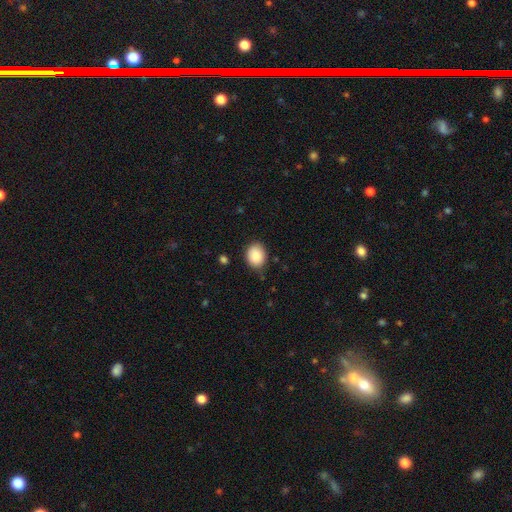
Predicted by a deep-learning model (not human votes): smooth_or_featured: smooth (p=0.88) [alt: star or artifact p=0.08]
how_rounded: round (p=0.52) [alt: in between p=0.47]
merging: none (p=0.81) [alt: minor disturbance p=0.14]